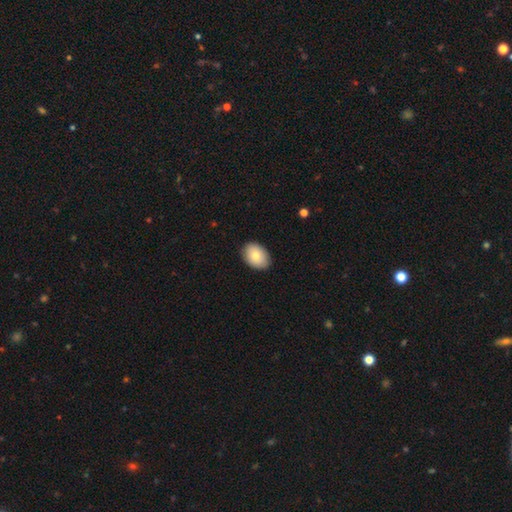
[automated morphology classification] Smooth or featured? Predicted: smooth (p=0.80). How rounded? Predicted: in between (p=0.80). Merging? Predicted: none (p=0.87).